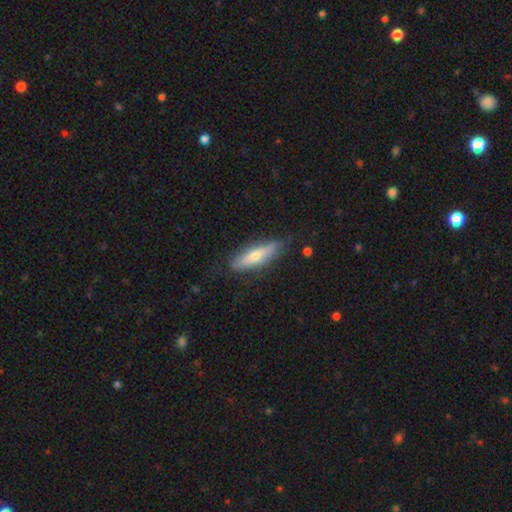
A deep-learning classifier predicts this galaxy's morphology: type=smooth (50%); merging=none (79%).